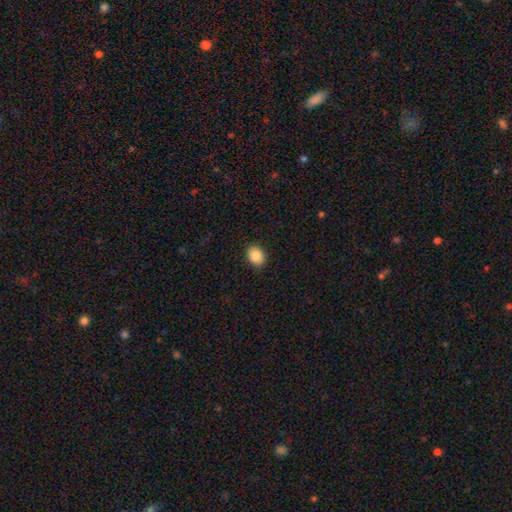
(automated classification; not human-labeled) A smooth galaxy with no disk features (87%) that is in between round and cigar-shaped (62%). Merging: none (89%).